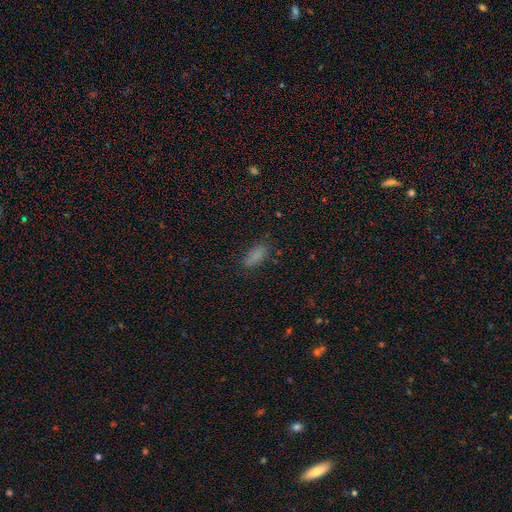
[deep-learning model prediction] Smooth or featured? Predicted: smooth (p=0.82). How rounded? Predicted: in between (p=0.80). Merging? Predicted: none (p=0.79).